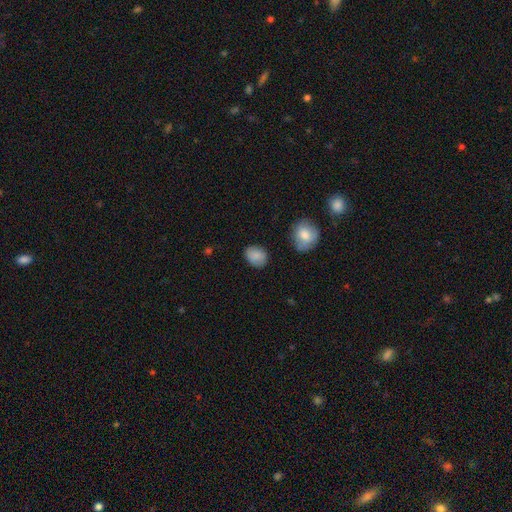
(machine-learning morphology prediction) type=smooth (85%); roundness=in between (54%); merging=none (81%).